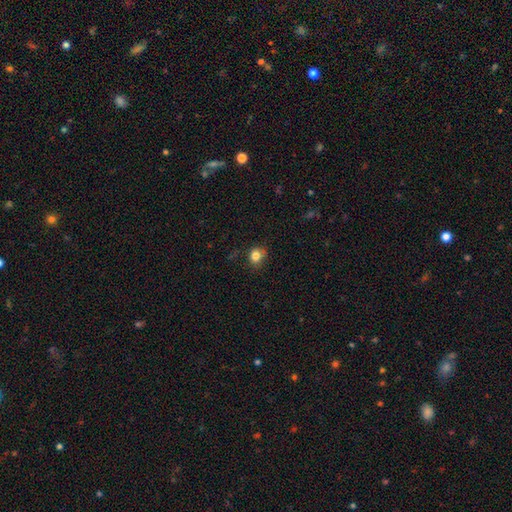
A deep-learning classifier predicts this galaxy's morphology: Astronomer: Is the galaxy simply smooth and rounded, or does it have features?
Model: smooth — 84%.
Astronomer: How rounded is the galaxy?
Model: round — 66%.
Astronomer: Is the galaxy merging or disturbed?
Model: none — 74%.